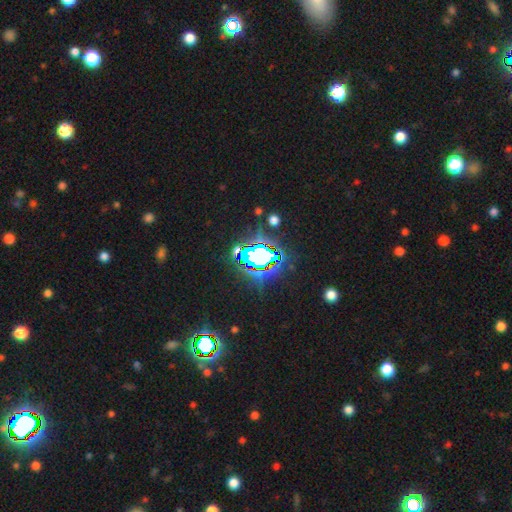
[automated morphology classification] star or artifact 70%, smooth 17%, featured or disk 13%.